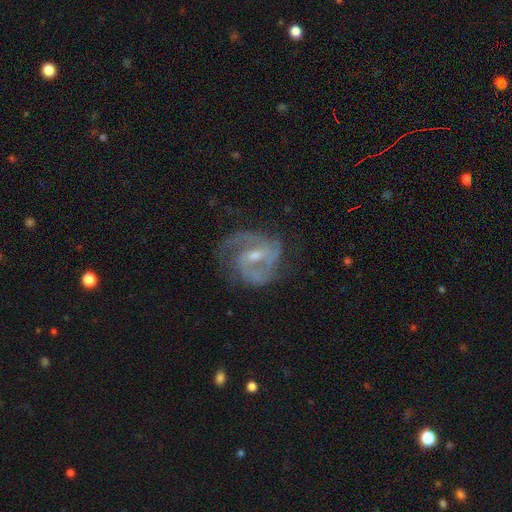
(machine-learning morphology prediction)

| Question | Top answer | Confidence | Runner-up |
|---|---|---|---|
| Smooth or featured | featured or disk | 88% | smooth (7%) |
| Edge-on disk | no | 97% | yes (3%) |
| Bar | weak | 51% | no (26%) |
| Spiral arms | yes | 96% | no (4%) |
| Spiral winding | medium | 51% | tight (35%) |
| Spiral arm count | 2 | 64% | 3 (15%) |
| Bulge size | small | 52% | moderate (43%) |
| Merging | none | 64% | minor disturbance (21%) |